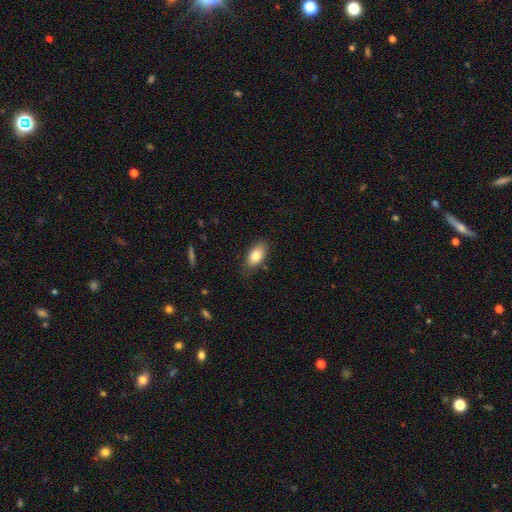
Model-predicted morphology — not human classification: This is clearly a smooth galaxy (81%). How rounded: clearly in between (91%). Merging: likely none (78%).